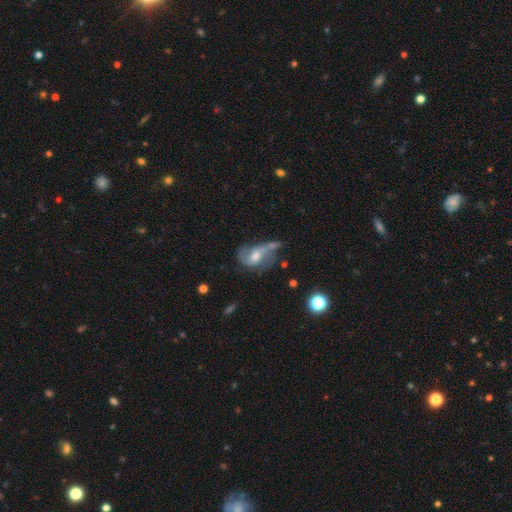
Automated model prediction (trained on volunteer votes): Smooth or featured? Predicted: featured or disk (p=0.69). Edge-on disk? Predicted: no (p=0.96). Bar? Predicted: no (p=0.48). Spiral arms? Predicted: yes (p=0.84). Spiral winding? Predicted: loose (p=0.58). Spiral arm count? Predicted: 2 (p=0.66). Bulge size? Predicted: moderate (p=0.57). Merging? Predicted: none (p=0.32, tied with major disturbance).